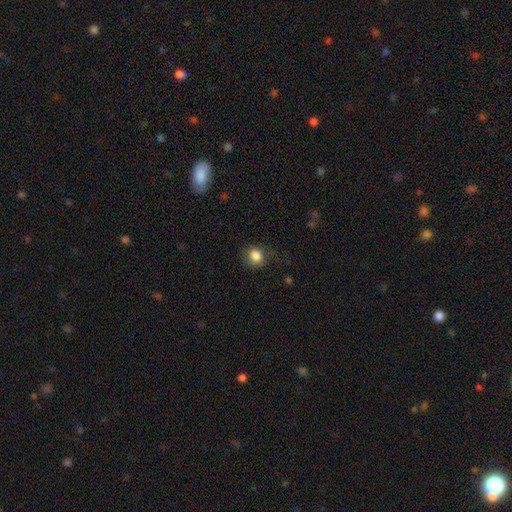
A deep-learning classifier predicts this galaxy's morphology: Smooth or featured?
  - smooth: 85% *
  - star or artifact: 11%
  - featured or disk: 5%
How rounded?
  - round: 84% *
  - in between: 15%
  - cigar-shaped: 1%
Merging?
  - none: 77% *
  - minor disturbance: 16%
  - major disturbance: 5%
  - merger: 1%